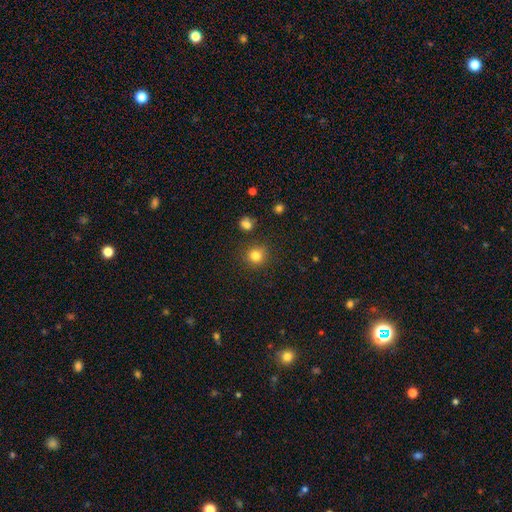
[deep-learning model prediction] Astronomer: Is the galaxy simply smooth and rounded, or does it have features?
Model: smooth — 82%.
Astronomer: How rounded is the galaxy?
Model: round — 90%.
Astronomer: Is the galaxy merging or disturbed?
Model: none — 87%.